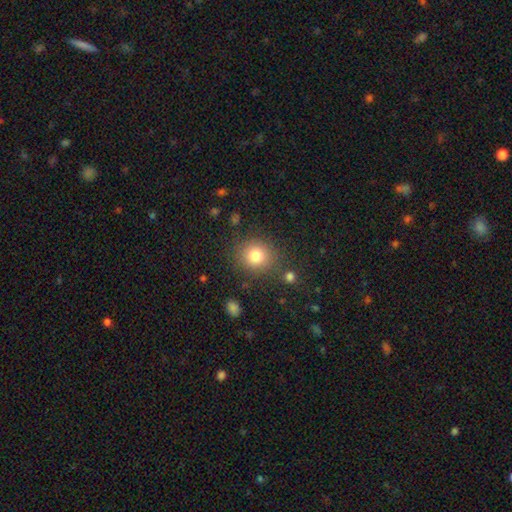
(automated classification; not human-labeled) Smooth or featured? smooth (80%)
How rounded? round (83%)
Merging? none (83%)